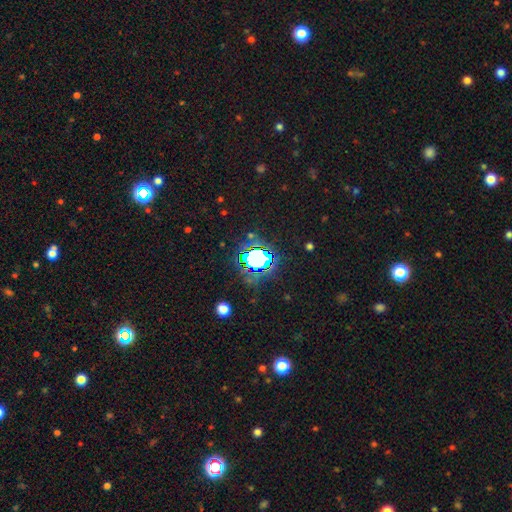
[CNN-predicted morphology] type=star or artifact (63%).